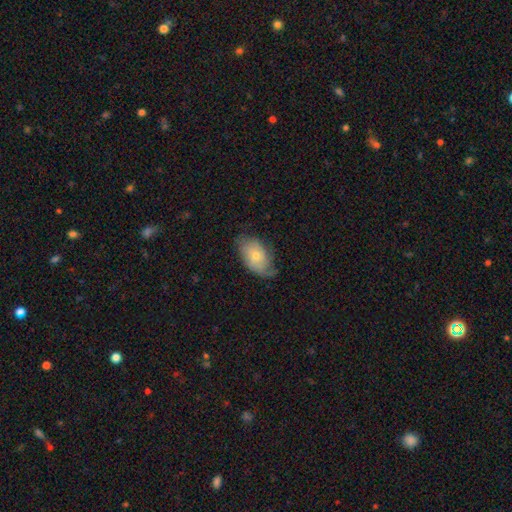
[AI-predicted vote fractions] A smooth galaxy with no disk features (56%) that is in between round and cigar-shaped (90%).

Vote fractions:
- Smooth or featured? smooth: 56% / featured or disk: 37% / star or artifact: 7%
- How rounded? in between: 90% / round: 8% / cigar-shaped: 2%
- Merging? none: 61% / minor disturbance: 29% / major disturbance: 9% / merger: 1%